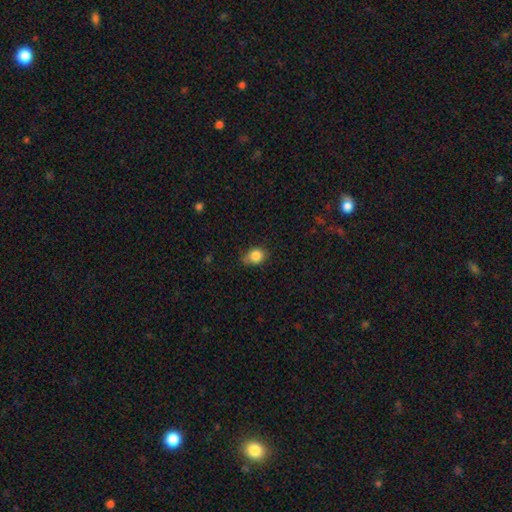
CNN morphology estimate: The model was most divided on "how rounded": round: 58%, in between: 41%, cigar-shaped: 1%. More confident: smooth or featured — smooth (84%); merging — none (61%).